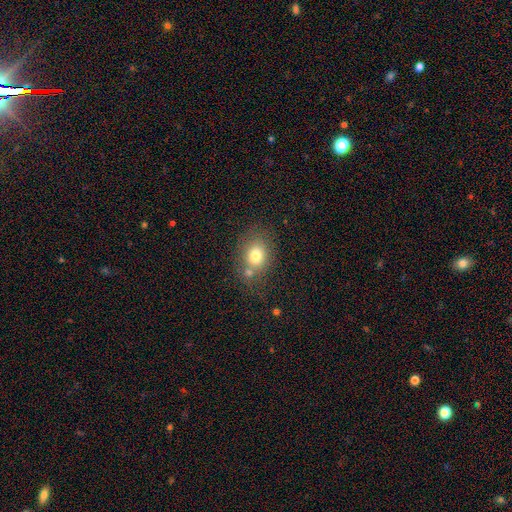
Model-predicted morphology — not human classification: smooth_or_featured: smooth (p=0.76) [alt: featured or disk p=0.13]
how_rounded: in between (p=0.53) [alt: round p=0.46]
merging: none (p=0.57) [alt: merger p=0.21]